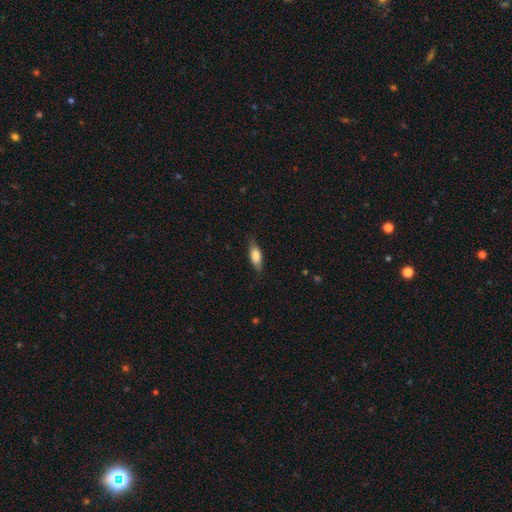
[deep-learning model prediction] Overall: smooth (71%). How rounded: in between (68%; cigar-shaped 29%). Merging: none (78%).